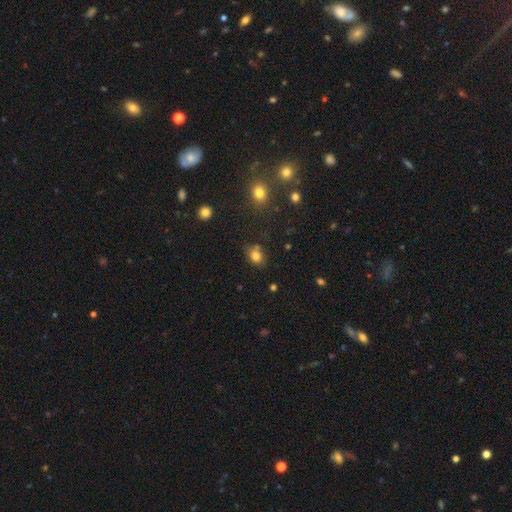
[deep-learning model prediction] A smooth galaxy with no disk features (80%) that is in between round and cigar-shaped (50%). Merging: none (67%).